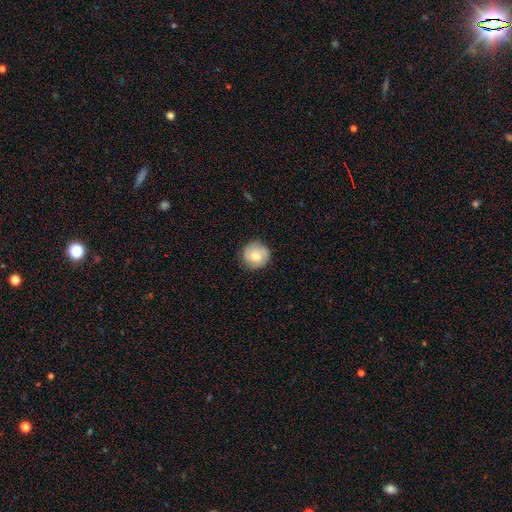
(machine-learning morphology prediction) This appears to be a smooth galaxy with no disk features (69%) that is round (93%). Merging: none (83%).